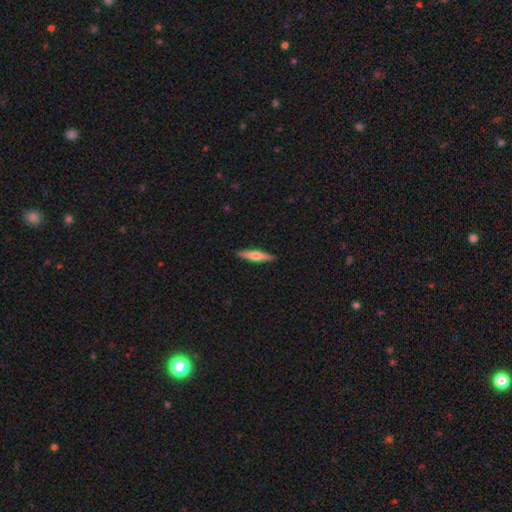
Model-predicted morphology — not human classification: Smooth or featured? featured or disk (49%)
Merging? none (91%)